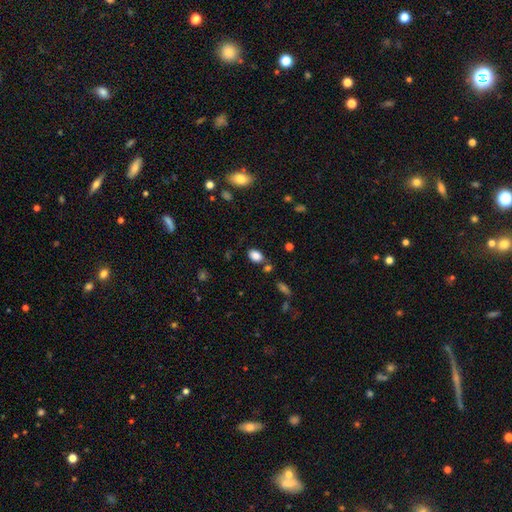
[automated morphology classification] smooth_or_featured: smooth (p=0.85) [alt: star or artifact p=0.10]
how_rounded: in between (p=0.83) [alt: round p=0.15]
merging: none (p=0.76) [alt: minor disturbance p=0.13]